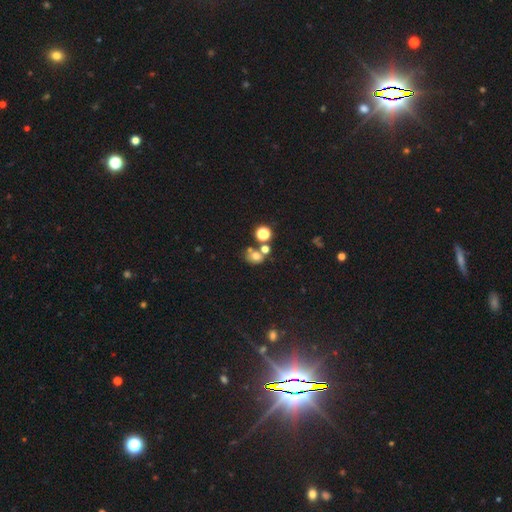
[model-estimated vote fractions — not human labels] Q: Smooth or featured?
A: smooth (63%); runner-up: star or artifact (22%)
Q: How rounded?
A: round (62%); runner-up: in between (37%)
Q: Merging?
A: none (47%); runner-up: merger (34%)